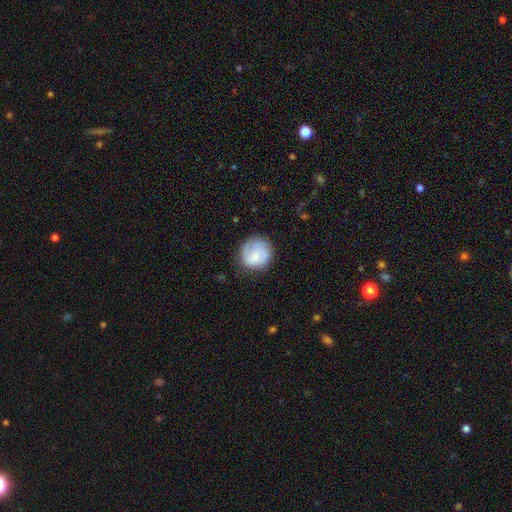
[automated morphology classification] Overall: smooth (63%; featured or disk 30%). How rounded: round (87%). Merging: none (72%).